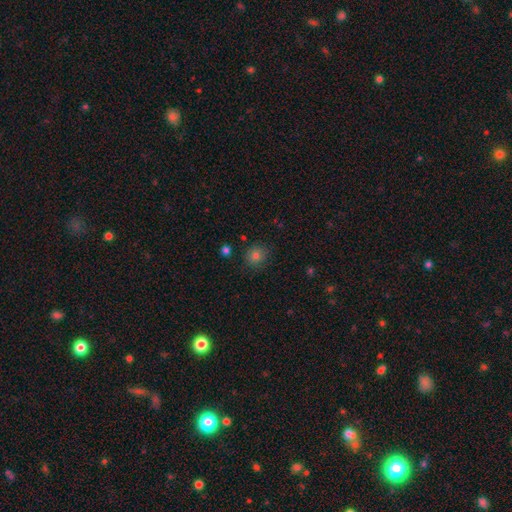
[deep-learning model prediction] Smooth or featured? Predicted: smooth (p=0.79). How rounded? Predicted: round (p=0.86). Merging? Predicted: none (p=0.86).